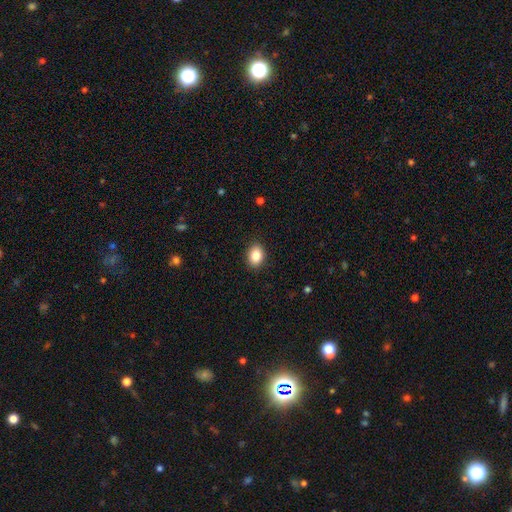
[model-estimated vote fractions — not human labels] Smooth or featured? Predicted: smooth (p=0.86). How rounded? Predicted: in between (p=0.70). Merging? Predicted: none (p=0.89).